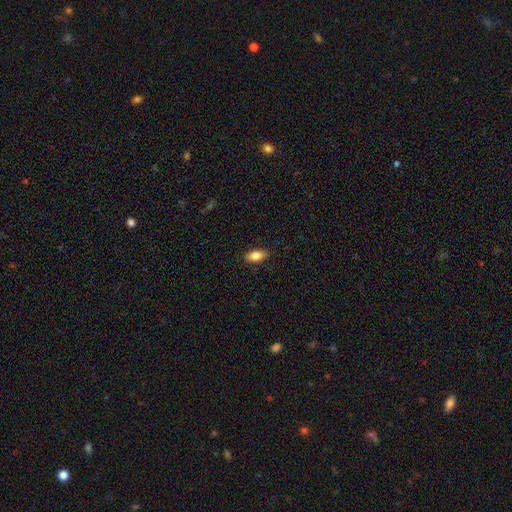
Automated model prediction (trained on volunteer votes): smooth_or_featured: smooth (p=0.83) [alt: featured or disk p=0.09]
how_rounded: in between (p=0.87) [alt: cigar-shaped p=0.09]
merging: none (p=0.87) [alt: minor disturbance p=0.10]